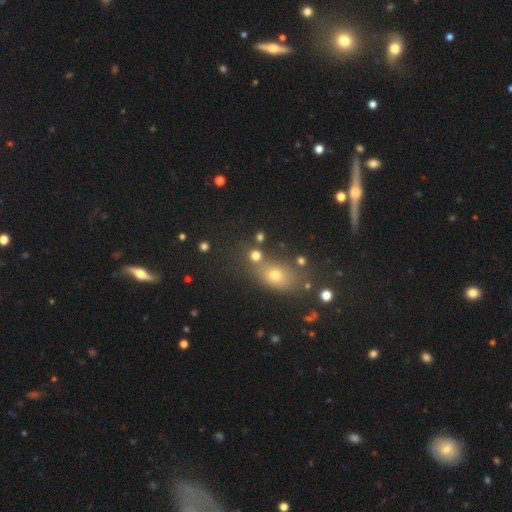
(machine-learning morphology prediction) The model was most divided on "how rounded": round: 67%, in between: 30%, cigar-shaped: 3%. More confident: smooth or featured — smooth (71%); merging — none (62%).